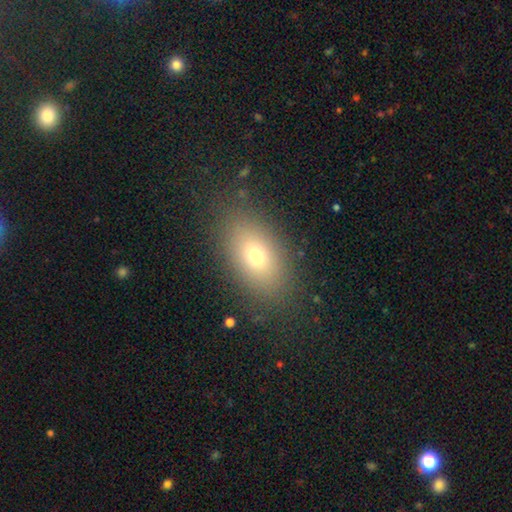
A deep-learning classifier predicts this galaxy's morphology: smooth 72%, featured or disk 15%, star or artifact 13%. Down the decision tree: how rounded — in between (85%); merging — none (83%).